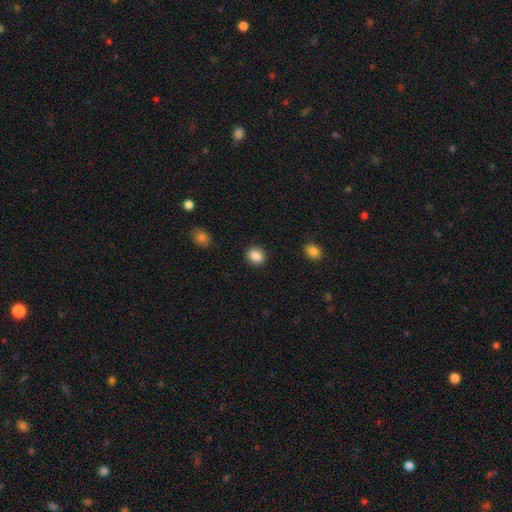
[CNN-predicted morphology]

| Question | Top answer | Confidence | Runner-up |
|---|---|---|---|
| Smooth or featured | smooth | 88% | star or artifact (9%) |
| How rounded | round | 69% | in between (30%) |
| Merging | none | 89% | minor disturbance (7%) |